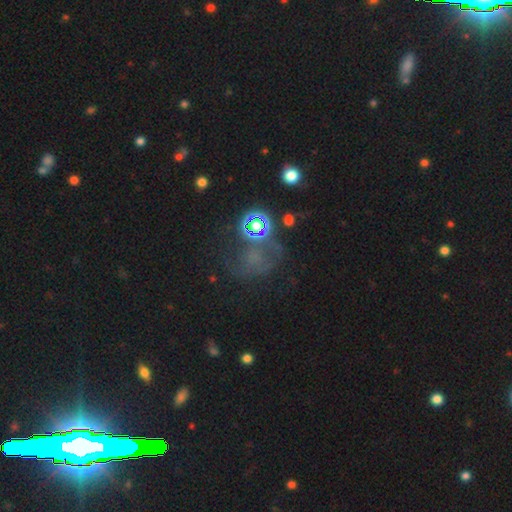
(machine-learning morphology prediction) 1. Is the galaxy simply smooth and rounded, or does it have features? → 48% star or artifact, 29% smooth, 23% featured or disk.